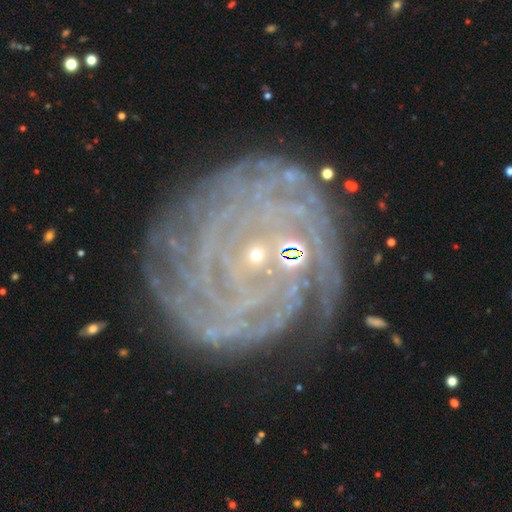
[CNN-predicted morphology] Smooth or featured? Predicted: featured or disk (p=0.82). Edge-on disk? Predicted: no (p=0.97). Bar? Predicted: no (p=0.62). Spiral arms? Predicted: yes (p=0.95). Spiral winding? Predicted: tight (p=0.83). Spiral arm count? Predicted: can't tell (p=0.27). Bulge size? Predicted: small (p=0.82). Merging? Predicted: none (p=0.75).